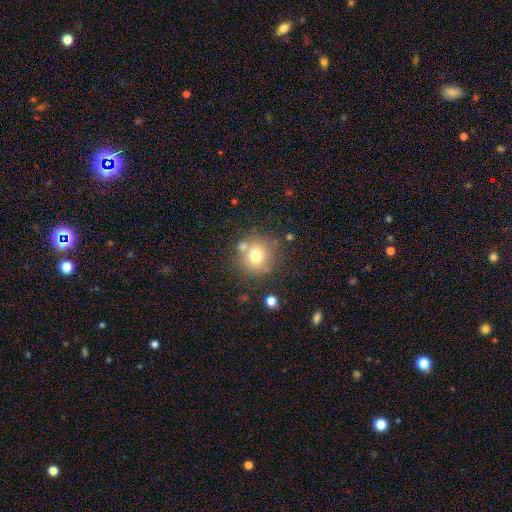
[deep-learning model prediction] smooth-or-featured: smooth: 72% | featured or disk: 14% | star or artifact: 14%
  how-rounded: round: 91% | in between: 8% | cigar-shaped: 1%
  merging: none: 69% | merger: 14% | minor disturbance: 12% | major disturbance: 4%